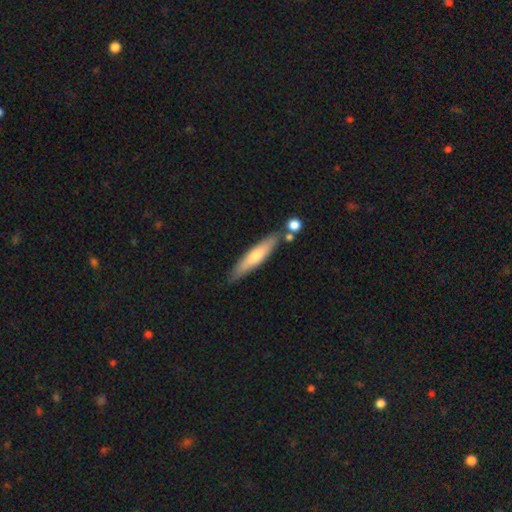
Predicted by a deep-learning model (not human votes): Overall: smooth (58%; featured or disk 36%). How rounded: cigar-shaped (87%). Merging: none (80%).